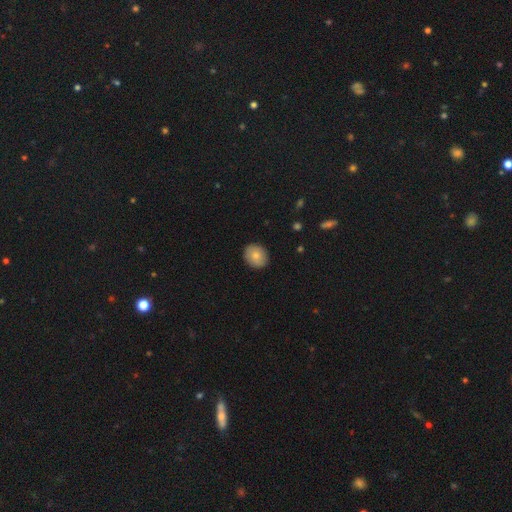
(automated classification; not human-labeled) Smooth or featured: smooth — 79% (featured or disk — 13%)
How rounded: round — 68% (in between — 31%)
Merging: none — 88% (minor disturbance — 9%)